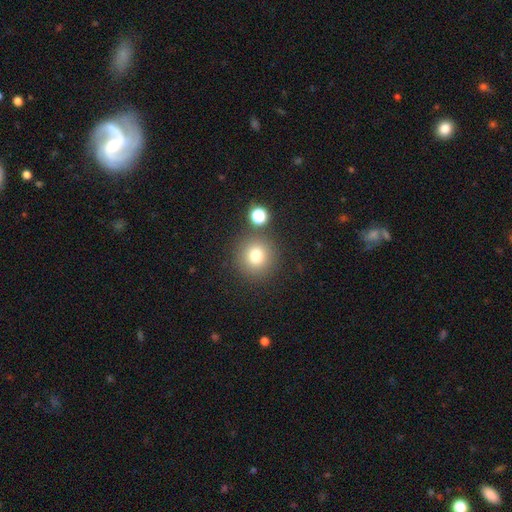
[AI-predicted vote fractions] smooth-or-featured: smooth: 77% | star or artifact: 14% | featured or disk: 9%
  how-rounded: round: 94% | in between: 5% | cigar-shaped: 1%
  merging: none: 83% | minor disturbance: 7% | merger: 7% | major disturbance: 3%